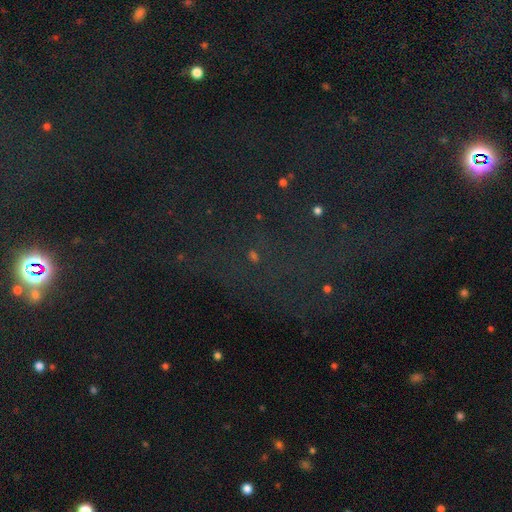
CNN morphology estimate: Smooth or featured? star or artifact (78%)